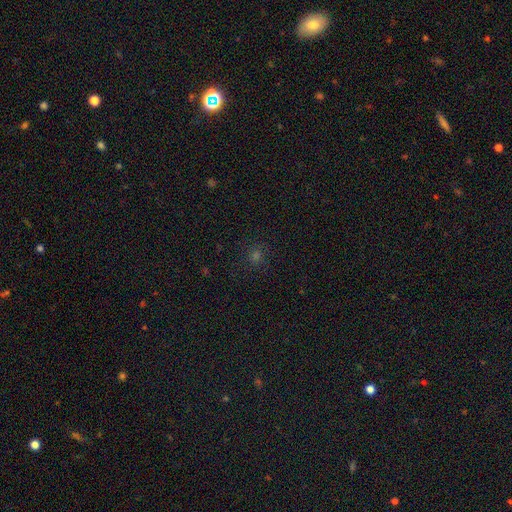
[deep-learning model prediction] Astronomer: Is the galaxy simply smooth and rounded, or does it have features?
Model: smooth — 53% (runner-up: star or artifact, 39%).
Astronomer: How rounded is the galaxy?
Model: round — 90%.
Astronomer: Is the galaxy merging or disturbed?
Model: none — 87%.